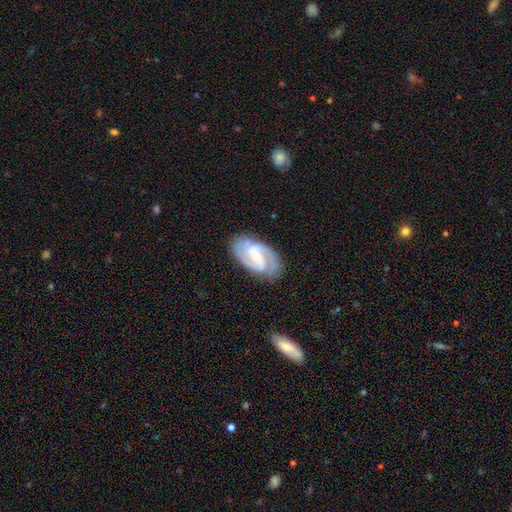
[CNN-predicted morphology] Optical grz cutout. It shows a featured or disk galaxy (90%) with a weak bar (44%), 2 (63%) tight (51%) spiral arms (98%) and a small central bulge (55%). Merging: none (81%).